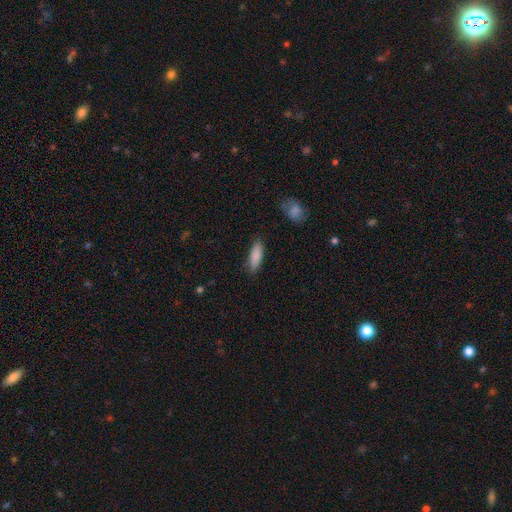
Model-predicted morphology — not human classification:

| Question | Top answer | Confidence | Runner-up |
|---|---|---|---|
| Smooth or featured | smooth | 87% | featured or disk (7%) |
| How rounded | in between | 59% | cigar-shaped (40%) |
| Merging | none | 82% | minor disturbance (13%) |